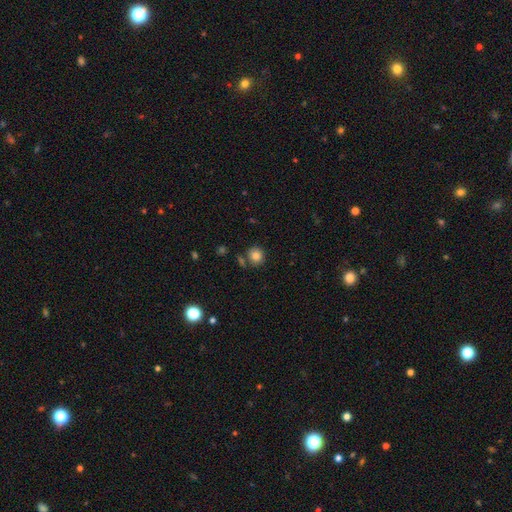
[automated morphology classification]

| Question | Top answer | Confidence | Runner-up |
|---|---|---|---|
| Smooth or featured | smooth | 83% | star or artifact (10%) |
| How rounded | round | 88% | in between (11%) |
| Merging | none | 76% | minor disturbance (11%) |